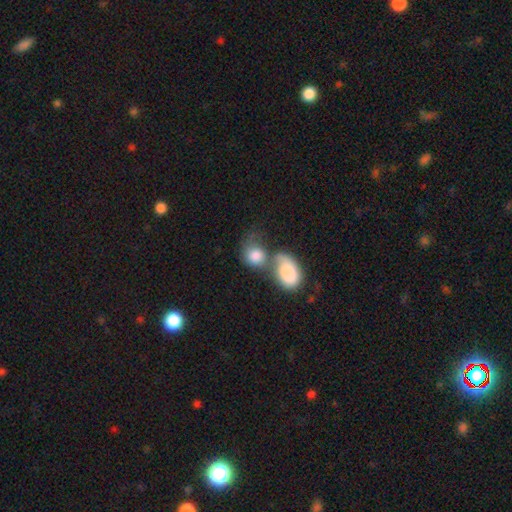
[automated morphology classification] type=smooth (79%); roundness=in between (53%); merging=merger (66%).